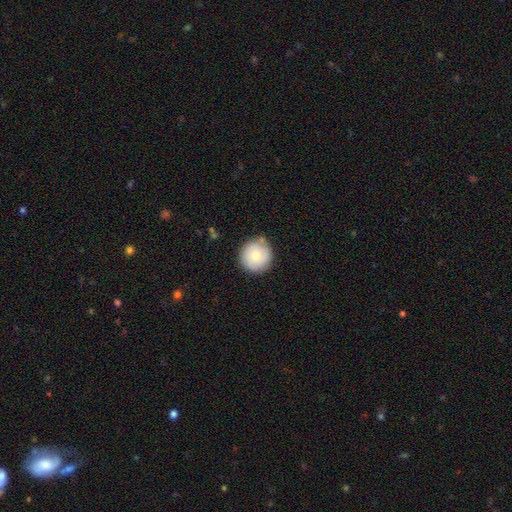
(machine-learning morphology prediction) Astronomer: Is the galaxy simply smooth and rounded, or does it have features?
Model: smooth — 74%.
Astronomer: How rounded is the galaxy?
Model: round — 94%.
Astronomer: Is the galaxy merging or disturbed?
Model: none — 81%.